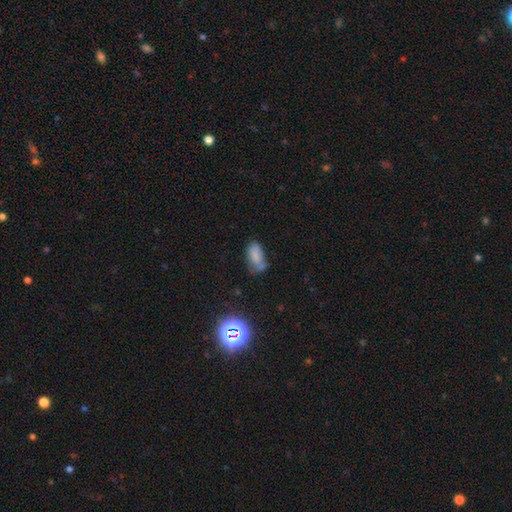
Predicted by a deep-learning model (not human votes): A smooth galaxy with no disk features (72%) that is in between round and cigar-shaped (91%).

Vote fractions:
- Smooth or featured? smooth: 72% / featured or disk: 15% / star or artifact: 13%
- How rounded? in between: 91% / cigar-shaped: 4% / round: 4%
- Merging? none: 42% / minor disturbance: 36% / major disturbance: 14% / merger: 8%